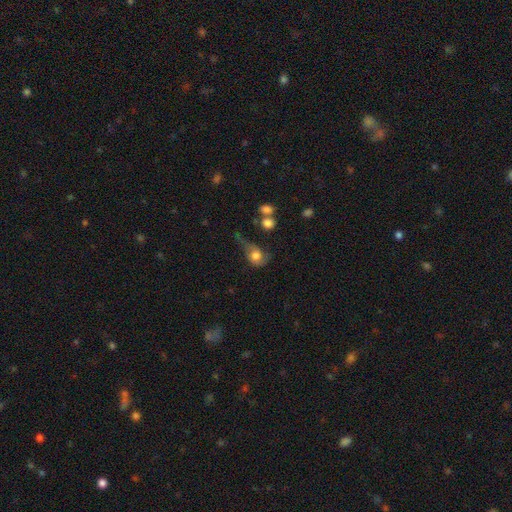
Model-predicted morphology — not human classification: Q: Smooth or featured?
A: smooth (66%); runner-up: featured or disk (25%)
Q: How rounded?
A: in between (50%); runner-up: round (48%)
Q: Merging?
A: major disturbance (36%); runner-up: minor disturbance (28%)